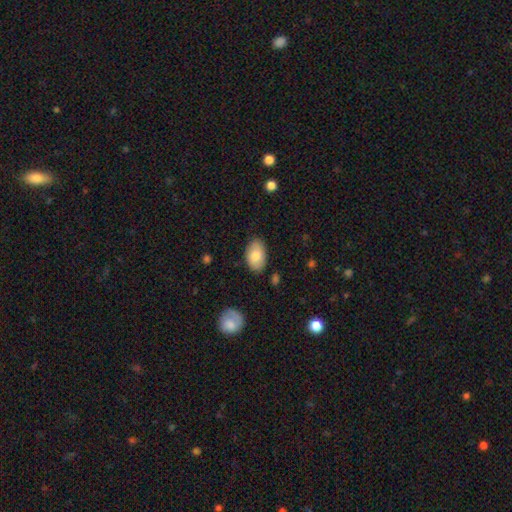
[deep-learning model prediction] Overall: smooth (79%). How rounded: in between (93%). Merging: none (82%).